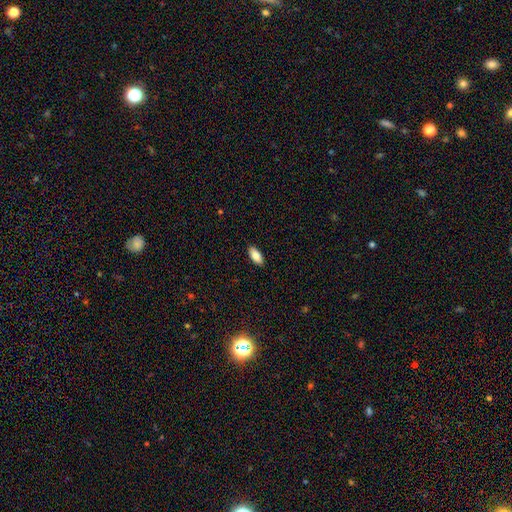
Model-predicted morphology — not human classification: smooth 84%, featured or disk 10%, star or artifact 7%. Down the decision tree: how rounded — in between (89%); merging — none (90%).